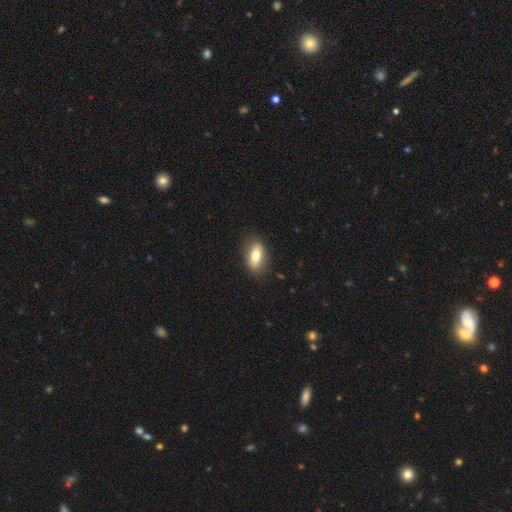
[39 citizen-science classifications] This is possibly a smooth galaxy (59%). How rounded: clearly in between (87%). Merging: clearly none (88%).